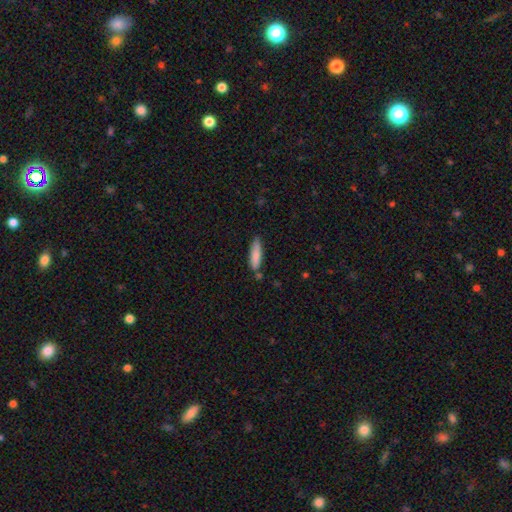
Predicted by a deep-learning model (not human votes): smooth_or_featured: smooth (p=0.82) [alt: featured or disk p=0.11]
how_rounded: cigar-shaped (p=0.70) [alt: in between p=0.29]
merging: none (p=0.76) [alt: minor disturbance p=0.16]